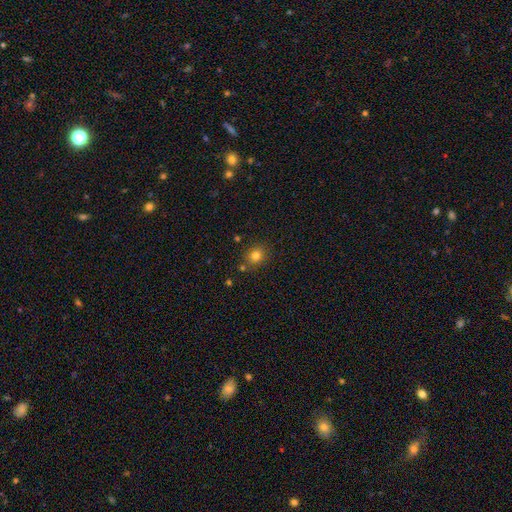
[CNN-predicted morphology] smooth_or_featured: smooth (p=0.79) [alt: star or artifact p=0.14]
how_rounded: round (p=0.73) [alt: in between p=0.26]
merging: none (p=0.81) [alt: minor disturbance p=0.10]